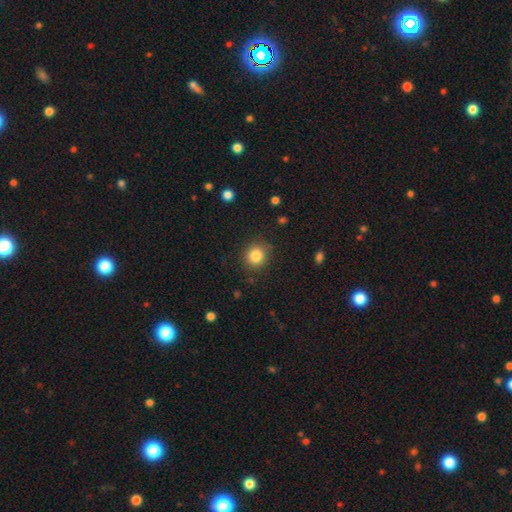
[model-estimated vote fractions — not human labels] Smooth or featured? Predicted: smooth (p=0.84). How rounded? Predicted: round (p=0.88). Merging? Predicted: none (p=0.86).